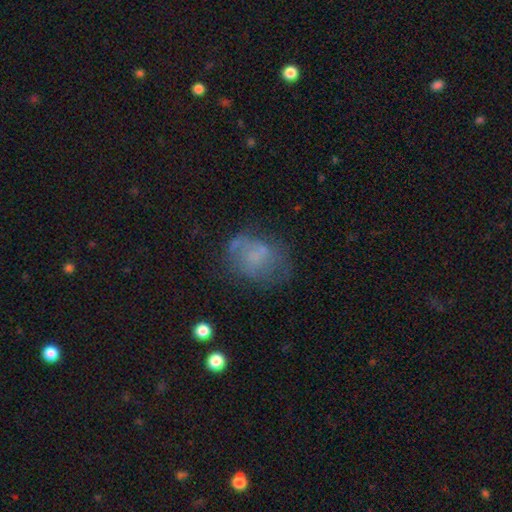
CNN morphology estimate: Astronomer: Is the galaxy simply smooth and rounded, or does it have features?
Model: smooth — 50% (runner-up: featured or disk, 37%).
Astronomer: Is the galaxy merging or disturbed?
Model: none — 44% (runner-up: major disturbance, 25%).